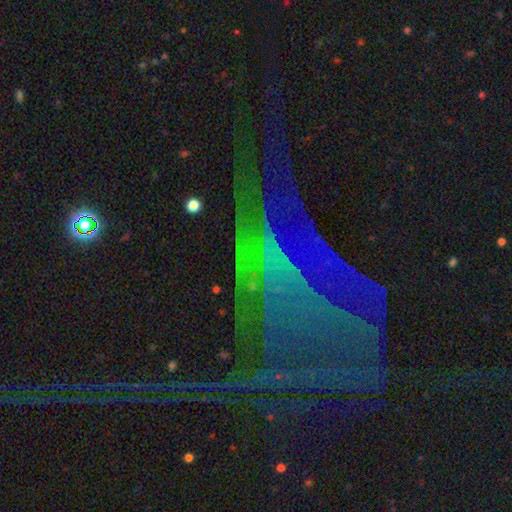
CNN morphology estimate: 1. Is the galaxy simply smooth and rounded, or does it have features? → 61% star or artifact, 27% featured or disk, 12% smooth.